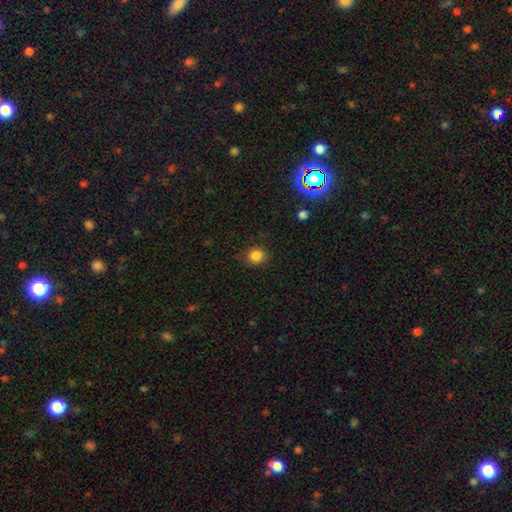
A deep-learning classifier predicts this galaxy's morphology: Smooth or featured? smooth (84%)
How rounded? round (90%)
Merging? none (88%)